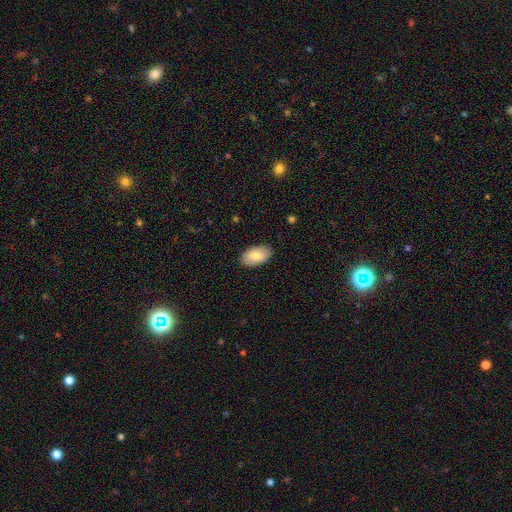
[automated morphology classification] Smooth or featured? Predicted: smooth (p=0.79). How rounded? Predicted: in between (p=0.95). Merging? Predicted: none (p=0.87).